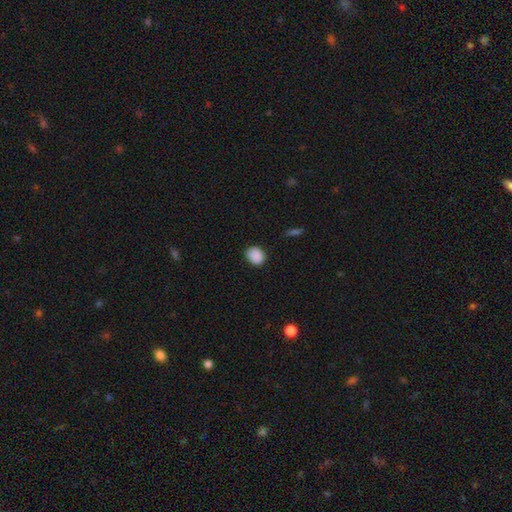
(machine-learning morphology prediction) Smooth or featured?
  - smooth: 89% *
  - star or artifact: 8%
  - featured or disk: 3%
How rounded?
  - round: 54% *
  - in between: 46%
  - cigar-shaped: 1%
Merging?
  - none: 84% *
  - minor disturbance: 13%
  - major disturbance: 3%
  - merger: 1%